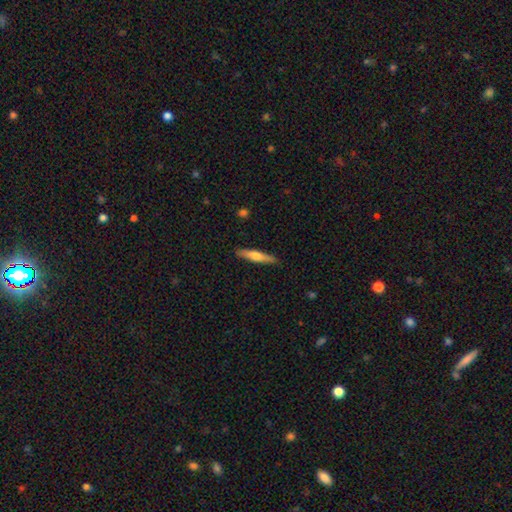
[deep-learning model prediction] This appears to be a smooth galaxy with no disk features (52%) that is cigar-shaped (88%). Merging: none (90%).